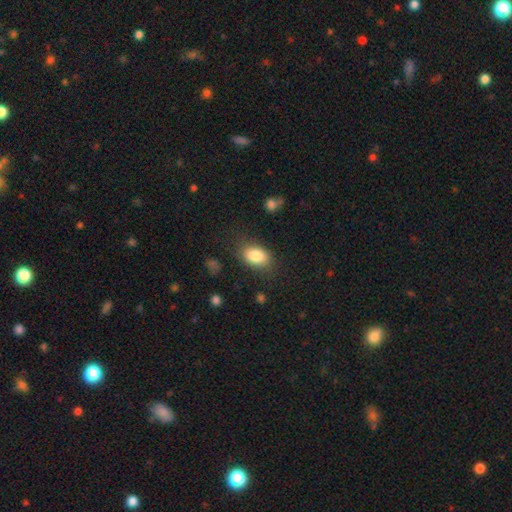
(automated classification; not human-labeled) Smooth or featured?
  - smooth: 85% *
  - featured or disk: 7%
  - star or artifact: 7%
How rounded?
  - in between: 88% *
  - round: 10%
  - cigar-shaped: 2%
Merging?
  - none: 75% *
  - minor disturbance: 17%
  - major disturbance: 6%
  - merger: 2%